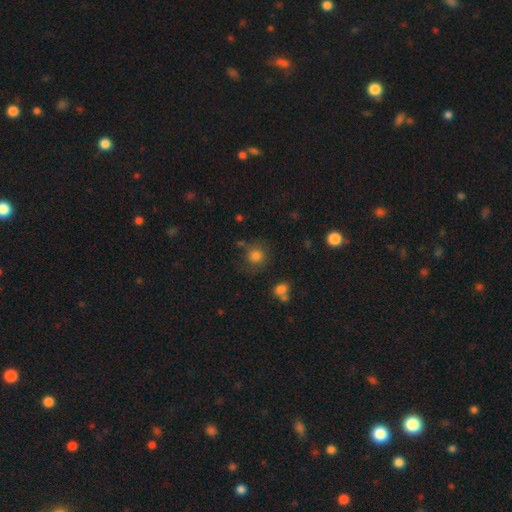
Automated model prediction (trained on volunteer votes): smooth_or_featured: smooth (p=0.81) [alt: star or artifact p=0.12]
how_rounded: round (p=0.89) [alt: in between p=0.10]
merging: none (p=0.73) [alt: minor disturbance p=0.14]